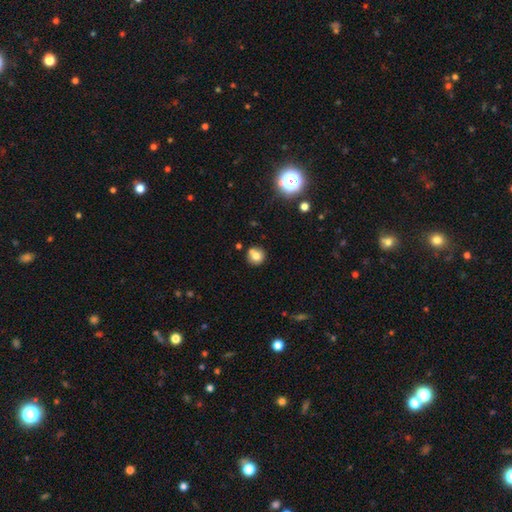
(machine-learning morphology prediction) Smooth or featured?
  - smooth: 74% *
  - featured or disk: 13%
  - star or artifact: 13%
How rounded?
  - round: 90% *
  - in between: 9%
  - cigar-shaped: 1%
Merging?
  - none: 63% *
  - merger: 24%
  - minor disturbance: 10%
  - major disturbance: 3%